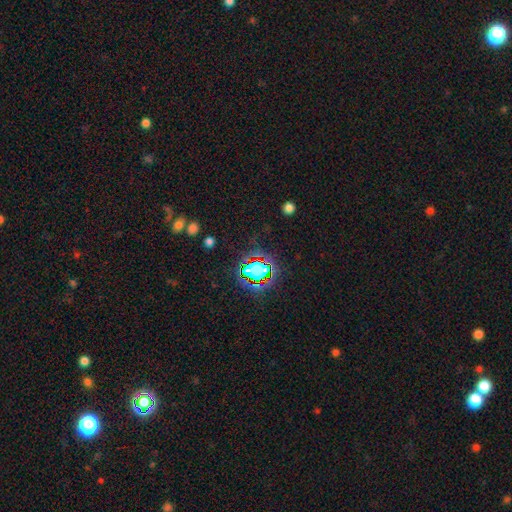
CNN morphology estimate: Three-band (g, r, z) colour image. It shows a star or artifact, not a galaxy (75%).